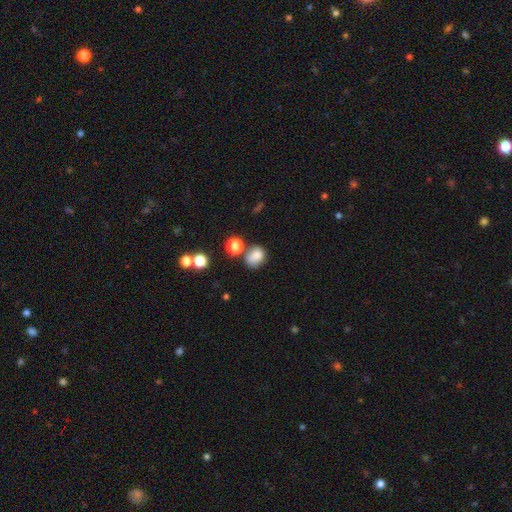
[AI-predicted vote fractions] Smooth or featured? smooth (81%)
How rounded? in between (55%)
Merging? none (56%)